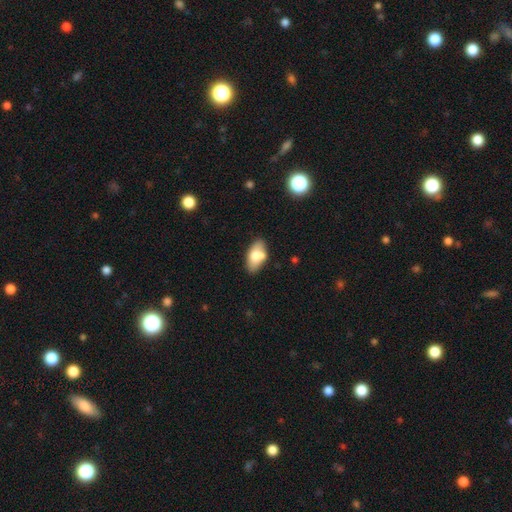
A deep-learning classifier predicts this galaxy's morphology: Smooth or featured? Predicted: smooth (p=0.70). How rounded? Predicted: in between (p=0.92). Merging? Predicted: none (p=0.66).